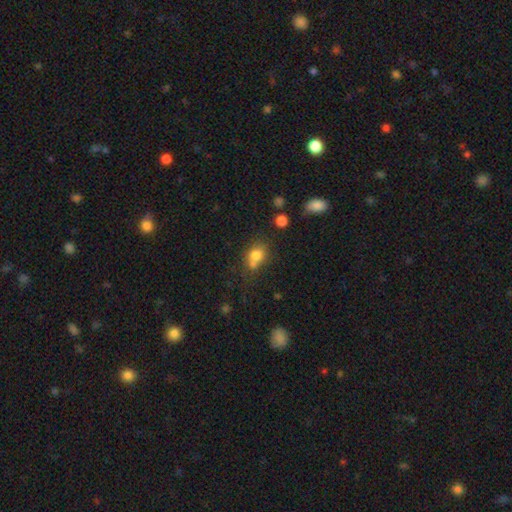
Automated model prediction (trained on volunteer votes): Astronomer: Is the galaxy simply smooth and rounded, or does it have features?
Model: smooth — 77%.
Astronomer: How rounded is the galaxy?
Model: round — 63%.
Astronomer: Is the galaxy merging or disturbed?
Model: none — 46% (runner-up: merger, 34%).